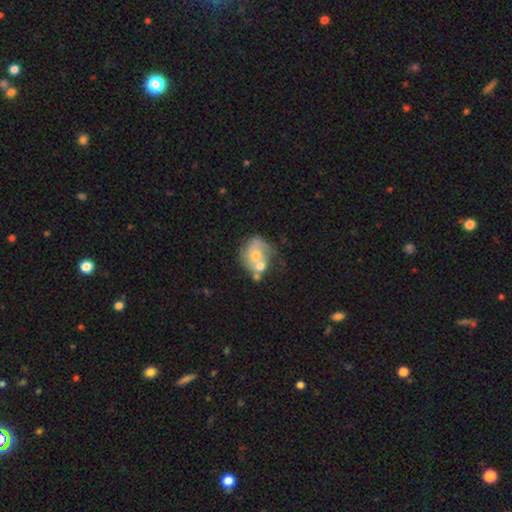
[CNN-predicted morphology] This appears to be a featured or disk galaxy (57%) with no bar (77%), spiral arms (59%) and a moderate central bulge (52%). Merging: merger (34%).